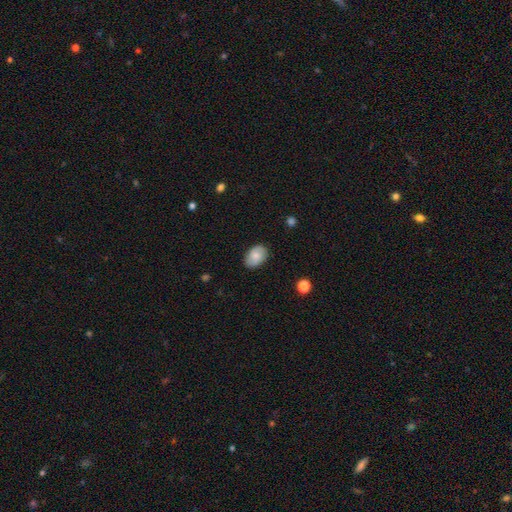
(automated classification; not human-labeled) smooth_or_featured: smooth (p=0.76) [alt: featured or disk p=0.17]
how_rounded: in between (p=0.87) [alt: round p=0.12]
merging: none (p=0.84) [alt: minor disturbance p=0.13]